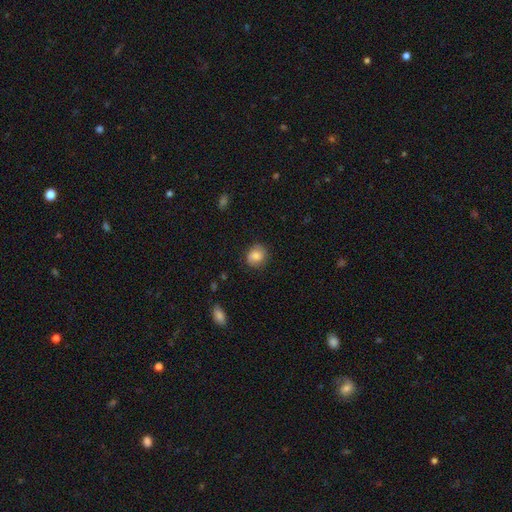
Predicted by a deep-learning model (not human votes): A smooth galaxy with no disk features (76%) that is round (72%). Merging: none (79%).